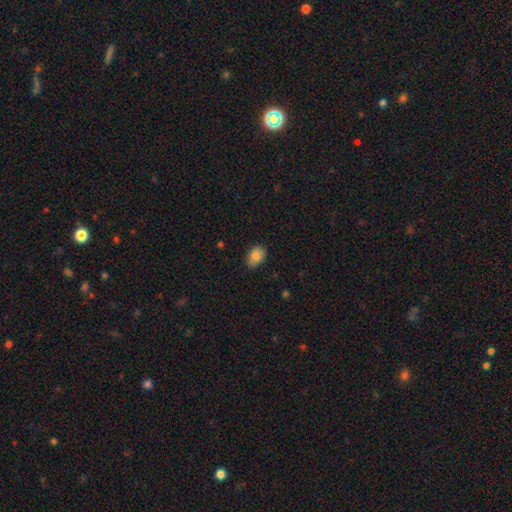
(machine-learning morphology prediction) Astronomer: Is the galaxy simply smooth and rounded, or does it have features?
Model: smooth — 82%.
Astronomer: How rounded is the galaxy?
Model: in between — 82%.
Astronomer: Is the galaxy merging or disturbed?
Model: none — 75%.